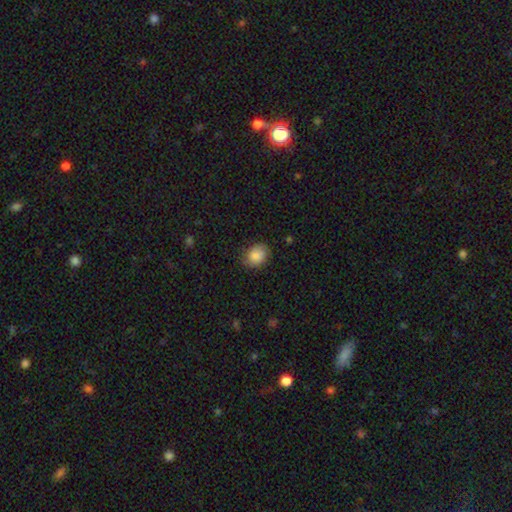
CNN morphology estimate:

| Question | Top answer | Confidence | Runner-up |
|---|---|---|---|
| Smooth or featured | smooth | 82% | featured or disk (10%) |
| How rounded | in between | 50% | round (49%) |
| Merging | none | 74% | minor disturbance (20%) |